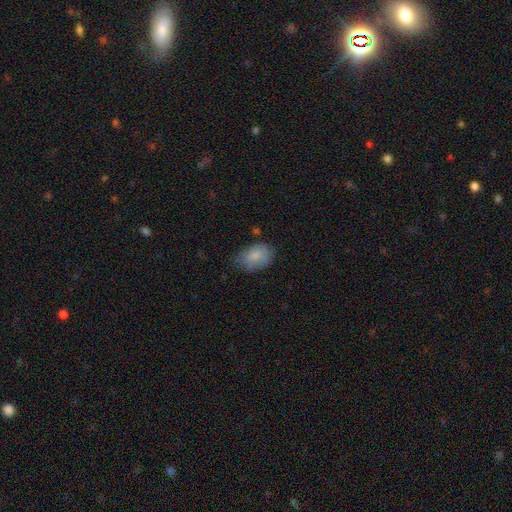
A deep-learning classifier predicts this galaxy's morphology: A smooth galaxy with no disk features (83%) that is in between round and cigar-shaped (83%).

Vote fractions:
- Smooth or featured? smooth: 83% / featured or disk: 9% / star or artifact: 7%
- How rounded? in between: 83% / round: 16% / cigar-shaped: 1%
- Merging? none: 63% / minor disturbance: 28% / major disturbance: 7% / merger: 2%